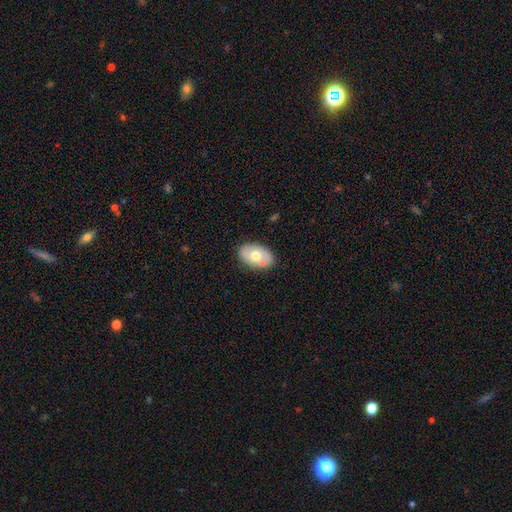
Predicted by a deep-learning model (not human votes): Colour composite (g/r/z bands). It shows a smooth galaxy with no disk features (59%) that is in between round and cigar-shaped (89%). Merging: none (83%).